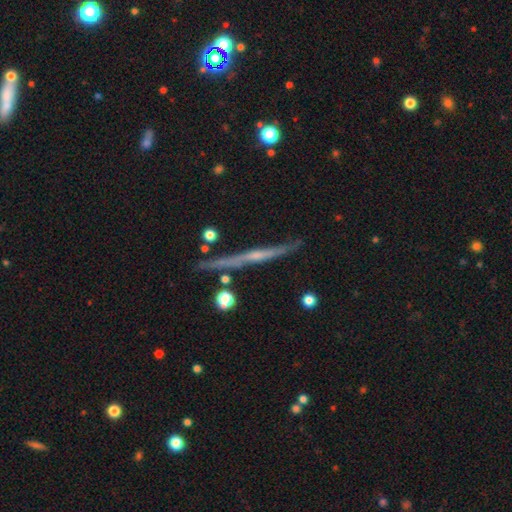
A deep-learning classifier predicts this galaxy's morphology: Smooth or featured? Predicted: featured or disk (p=0.69). Edge-on disk? Predicted: yes (p=0.97). Edge-on bulge? Predicted: none (p=0.58). Merging? Predicted: none (p=0.84).